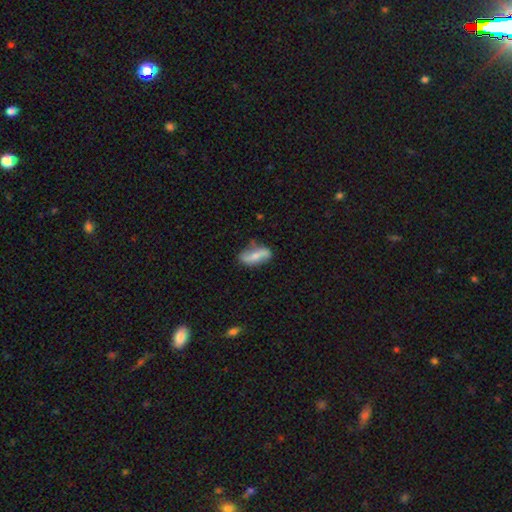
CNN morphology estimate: Smooth or featured: featured or disk — 53% (smooth — 40%)
Edge-on disk: no — 86% (yes — 14%)
Merging: none — 69% (minor disturbance — 22%)